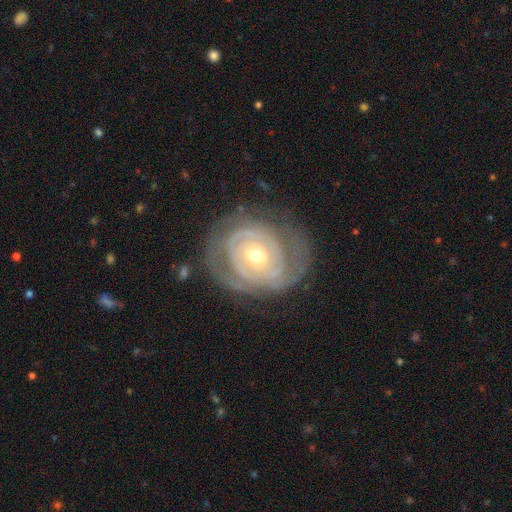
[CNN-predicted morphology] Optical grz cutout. It shows a featured or disk galaxy (83%) with no bar (70%), tight (76%) spiral arms (82%) and a moderate central bulge (57%). Merging: none (70%).